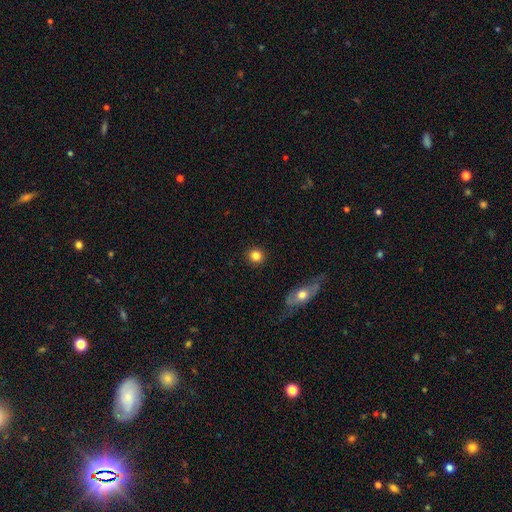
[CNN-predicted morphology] Smooth or featured? Predicted: smooth (p=0.83). How rounded? Predicted: round (p=0.90). Merging? Predicted: none (p=0.91).